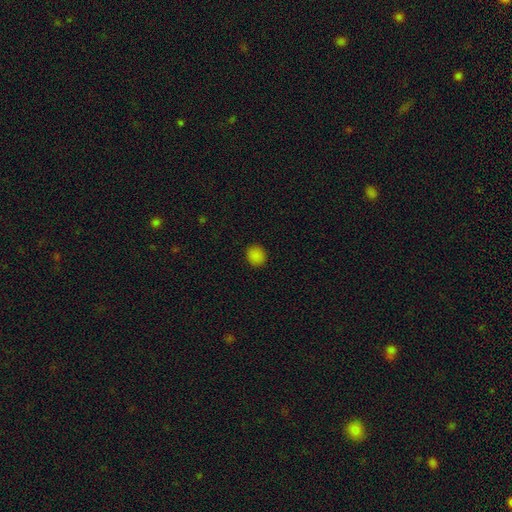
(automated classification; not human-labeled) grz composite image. It shows a smooth galaxy with no disk features (85%) that is round (80%). Merging: none (91%).